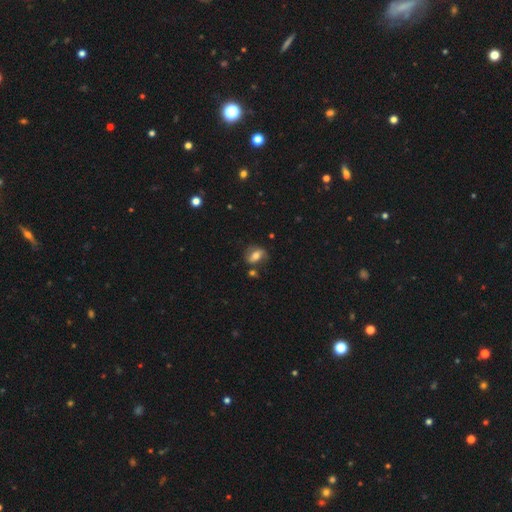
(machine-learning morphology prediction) The model was most divided on "smooth or featured": smooth: 49%, featured or disk: 41%, star or artifact: 9%. More confident: merging — none (66%).